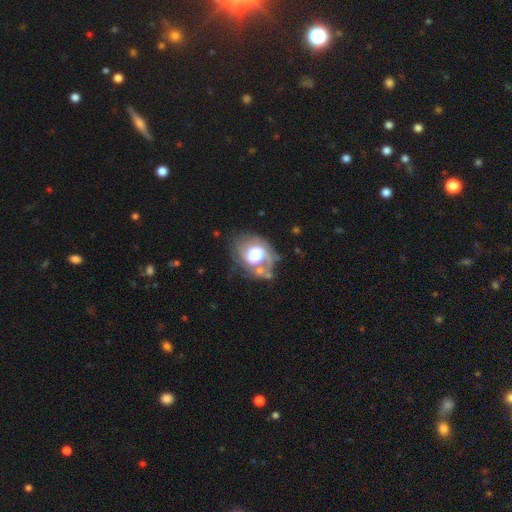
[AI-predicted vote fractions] A smooth galaxy with no disk features (45%). Merging: none (65%).